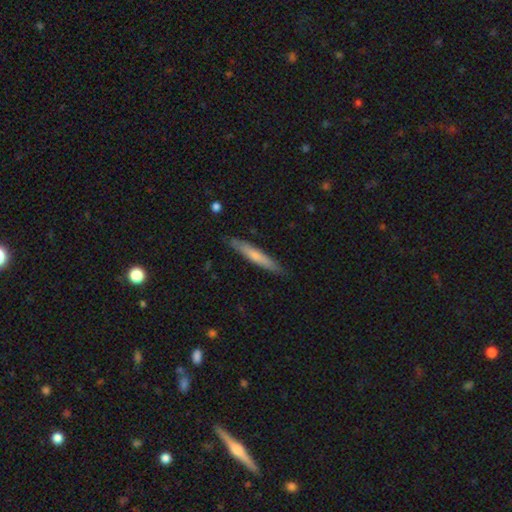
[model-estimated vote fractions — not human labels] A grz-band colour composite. It shows a smooth galaxy with no disk features (64%) that is cigar-shaped (94%). Merging: none (86%).